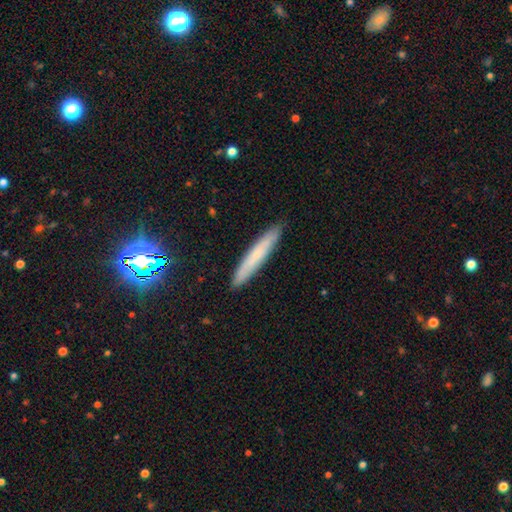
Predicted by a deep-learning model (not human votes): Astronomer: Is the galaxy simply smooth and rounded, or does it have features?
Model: smooth — 62%.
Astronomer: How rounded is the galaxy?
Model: cigar-shaped — 94%.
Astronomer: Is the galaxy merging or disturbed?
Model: none — 90%.